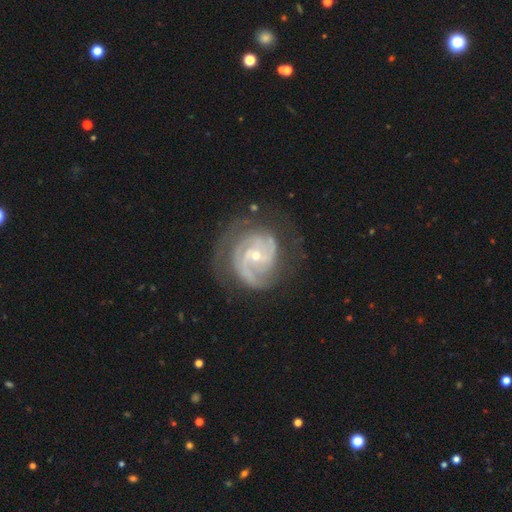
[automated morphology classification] This appears to be a featured or disk galaxy (90%) with no bar (55%), 2 (44%) tight (57%) spiral arms (97%) and a small central bulge (64%). Merging: none (65%).